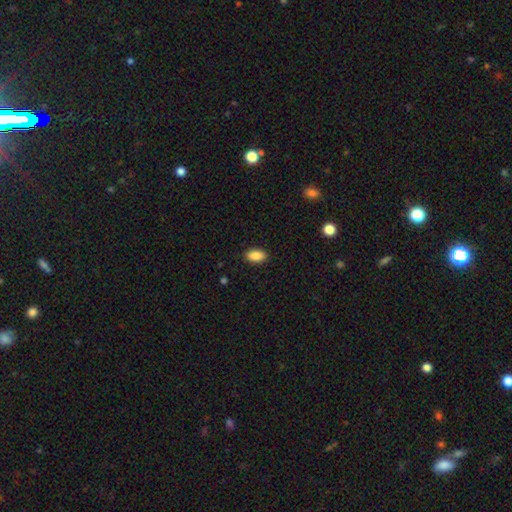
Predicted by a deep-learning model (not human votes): Smooth or featured: smooth — 89% (star or artifact — 7%)
How rounded: in between — 92% (round — 4%)
Merging: none — 89% (minor disturbance — 8%)